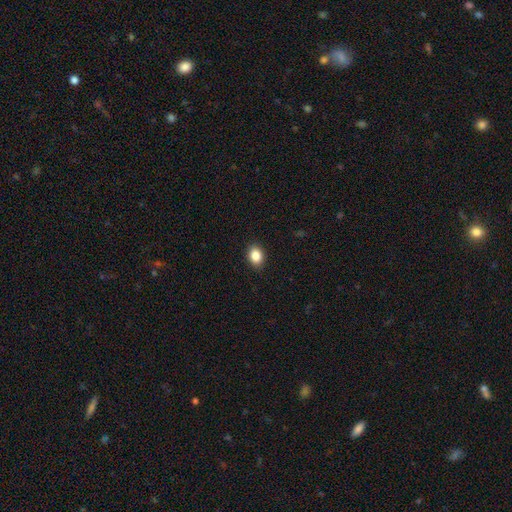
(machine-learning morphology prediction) This appears to be a smooth galaxy with no disk features (86%) that is in between round and cigar-shaped (62%). Merging: none (90%).